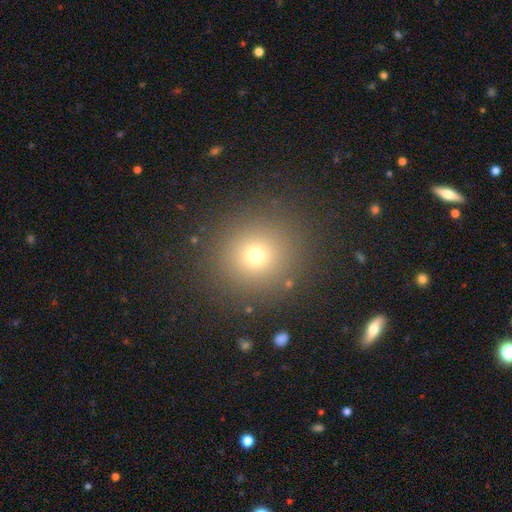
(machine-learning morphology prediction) This is likely a smooth galaxy (70%). How rounded: clearly round (92%). Merging: clearly none (89%).